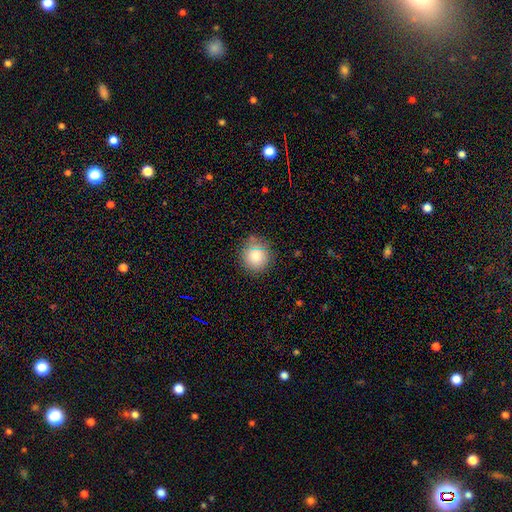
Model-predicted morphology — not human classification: This appears to be a smooth galaxy with no disk features (84%) that is round (91%). Merging: none (82%).